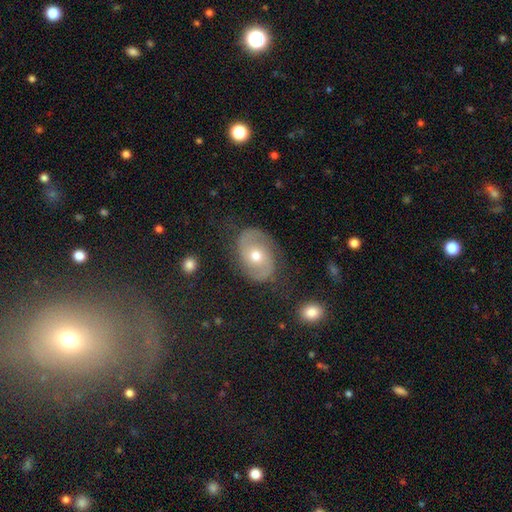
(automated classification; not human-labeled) A featured or disk galaxy (78%) with no bar (66%), 2 (91%) medium (49%) spiral arms (90%) and a moderate central bulge (72%).

Vote fractions:
- Smooth or featured? featured or disk: 78% / smooth: 14% / star or artifact: 8%
- Edge-on disk? no: 97% / yes: 3%
- Bar? no: 66% / weak: 27% / strong: 7%
- Spiral arms? yes: 90% / no: 10%
- Spiral winding? medium: 49% / tight: 29% / loose: 22%
- Spiral arm count? 2: 91% / can't tell: 5% / 1: 2% / 3: 1% / 4: 1% / more than 4: 1%
- Bulge size? moderate: 72% / small: 23% / large: 3% / none: 1% / dominant: 1%
- Merging? none: 79% / minor disturbance: 14% / major disturbance: 5% / merger: 2%